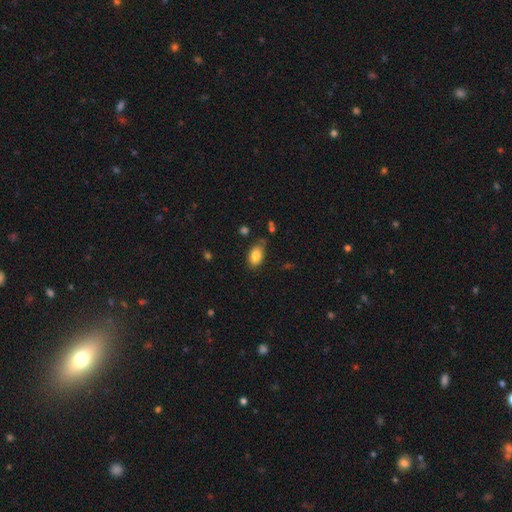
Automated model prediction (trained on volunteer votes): smooth 85%, star or artifact 8%, featured or disk 7%. Down the decision tree: how rounded — in between (91%); merging — none (73%).